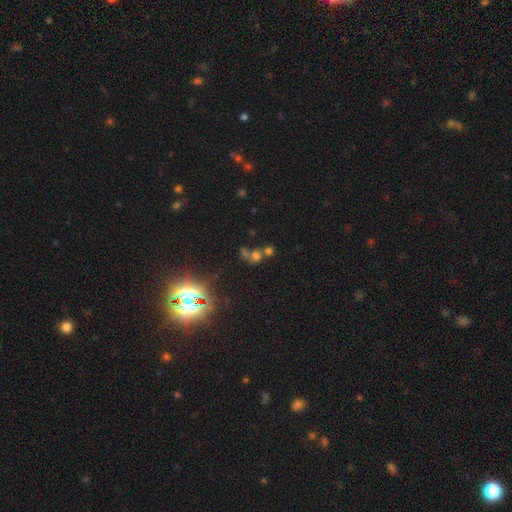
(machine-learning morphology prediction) type=smooth (51%); roundness=round (68%); merging=merger (48%).